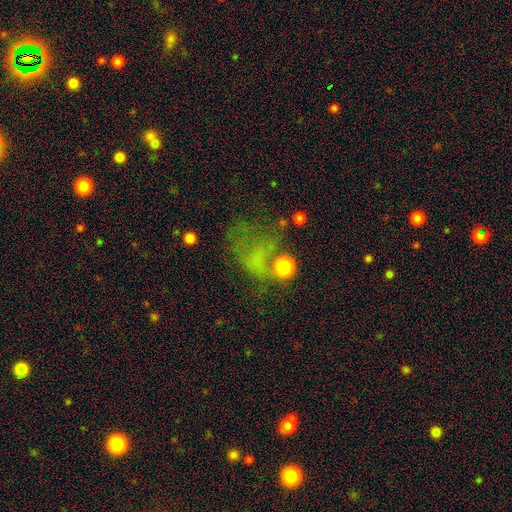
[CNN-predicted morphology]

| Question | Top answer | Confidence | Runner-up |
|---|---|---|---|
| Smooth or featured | star or artifact | 37% | tied: smooth (37%) |